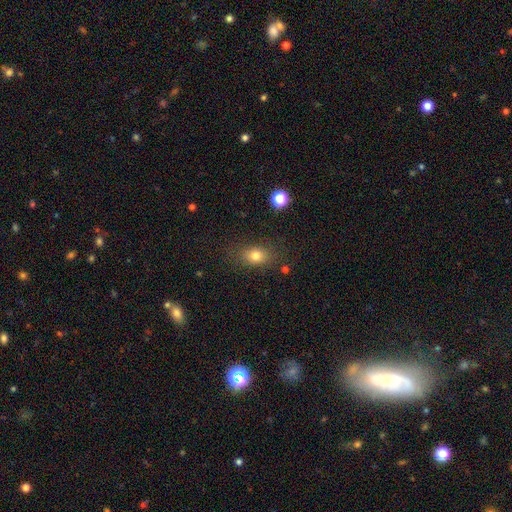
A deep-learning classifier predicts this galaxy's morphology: smooth 77%, star or artifact 13%, featured or disk 10%. Down the decision tree: how rounded — in between (68%); merging — none (80%).